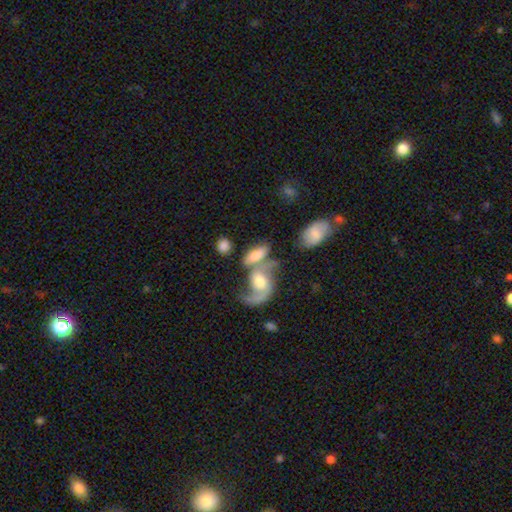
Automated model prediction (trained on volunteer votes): Smooth or featured? smooth (47%)
Merging? merger (51%)